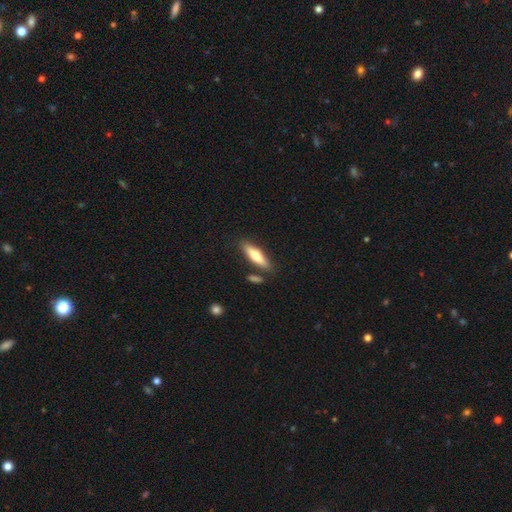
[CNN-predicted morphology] Overall: smooth (66%; featured or disk 29%). How rounded: cigar-shaped (67%; in between 31%). Merging: none (79%).